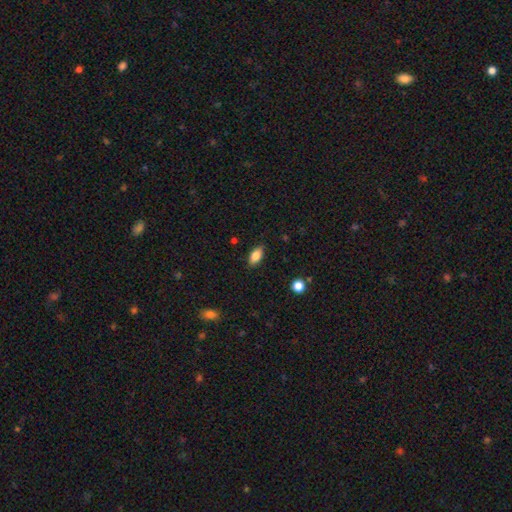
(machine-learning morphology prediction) smooth 83%, featured or disk 9%, star or artifact 8%. Down the decision tree: how rounded — in between (89%); merging — none (85%).